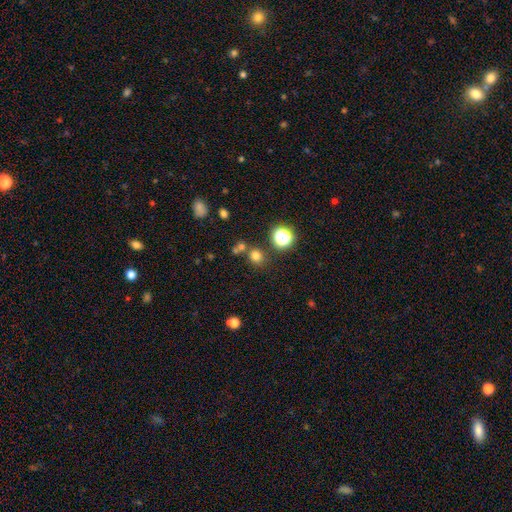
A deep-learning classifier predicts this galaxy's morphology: This is likely a smooth galaxy (71%). How rounded: clearly round (84%). Merging: likely none (71%).